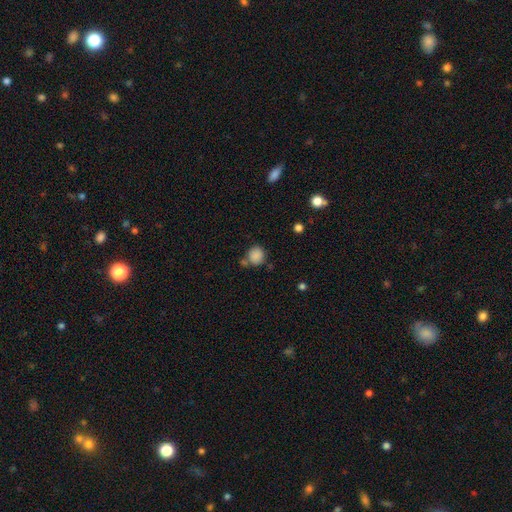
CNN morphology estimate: Smooth or featured?
  - smooth: 86% *
  - star or artifact: 10%
  - featured or disk: 4%
How rounded?
  - round: 84% *
  - in between: 15%
  - cigar-shaped: 1%
Merging?
  - none: 63% *
  - merger: 17%
  - minor disturbance: 15%
  - major disturbance: 5%